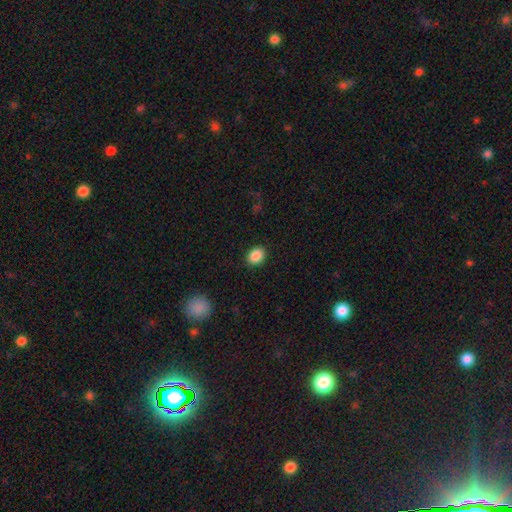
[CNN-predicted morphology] smooth 88%, star or artifact 9%, featured or disk 3%. Down the decision tree: how rounded — in between (53%); merging — none (89%).